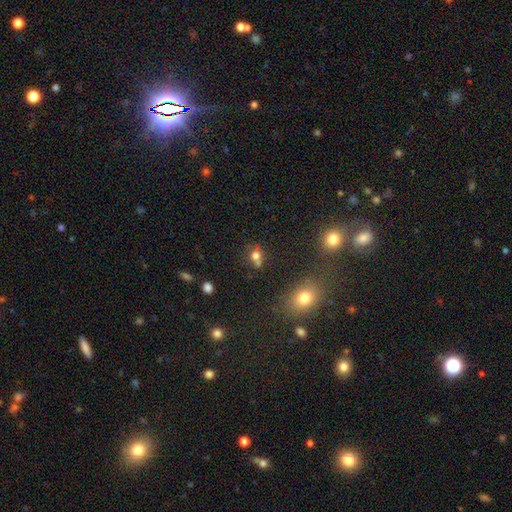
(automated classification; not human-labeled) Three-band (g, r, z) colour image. It shows a smooth galaxy with no disk features (69%) that is round (65%). Merging: none (48%).